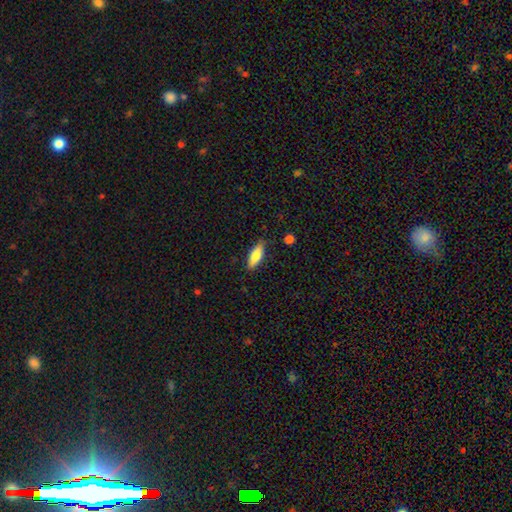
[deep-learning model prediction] A smooth galaxy with no disk features (77%) that is in between round and cigar-shaped (65%).

Vote fractions:
- Smooth or featured? smooth: 77% / featured or disk: 17% / star or artifact: 6%
- How rounded? in between: 65% / cigar-shaped: 33% / round: 2%
- Merging? none: 82% / minor disturbance: 14% / major disturbance: 3% / merger: 2%